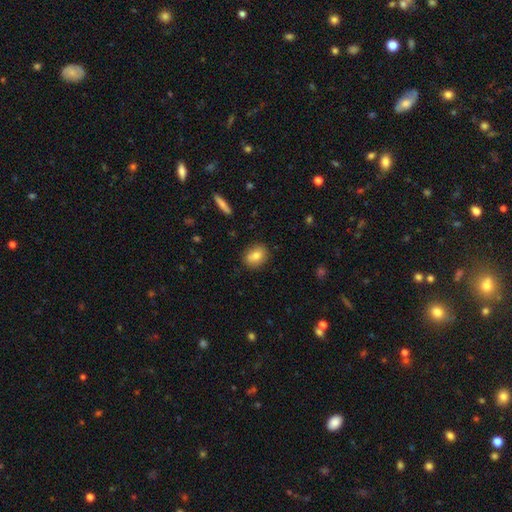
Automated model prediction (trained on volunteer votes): Smooth or featured? smooth (76%)
How rounded? in between (56%)
Merging? none (84%)